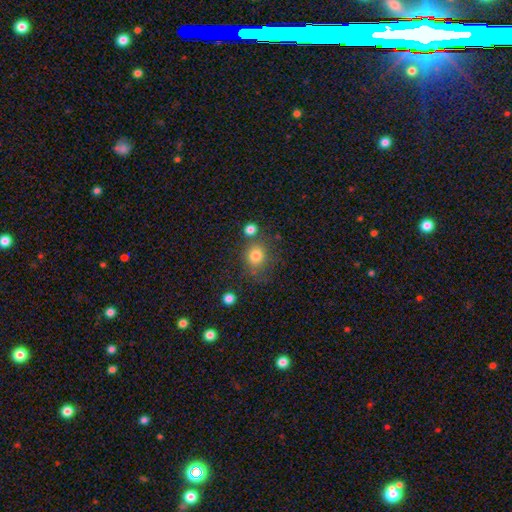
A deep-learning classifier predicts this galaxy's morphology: This is likely a smooth galaxy (80%). How rounded: clearly round (82%). Merging: likely none (68%).